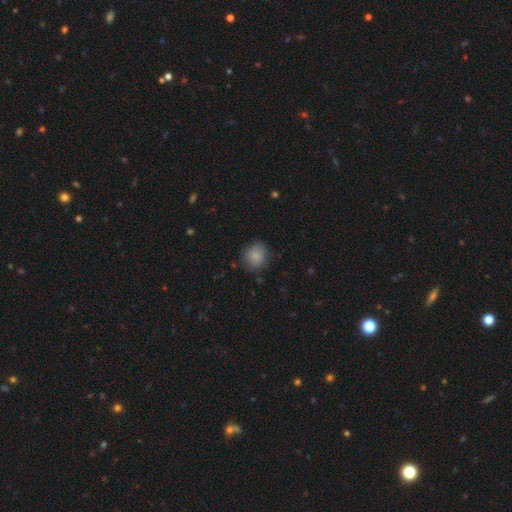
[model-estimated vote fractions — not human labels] Morphology: type=smooth (86%); roundness=round (81%); merging=none (82%).